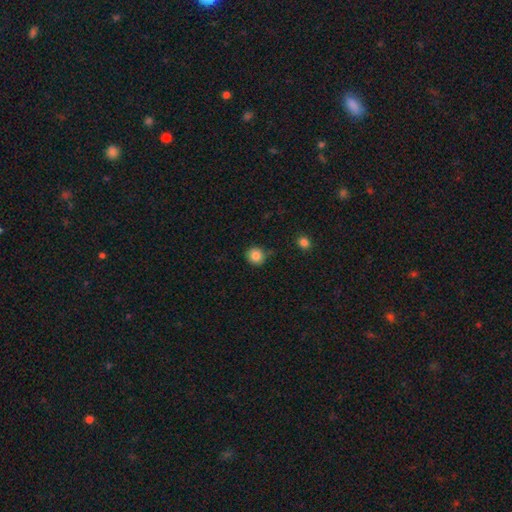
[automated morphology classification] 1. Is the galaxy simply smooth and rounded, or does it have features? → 85% smooth, 11% star or artifact, 5% featured or disk.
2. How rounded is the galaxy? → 91% round, 8% in between, 1% cigar-shaped.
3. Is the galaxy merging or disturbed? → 83% none, 12% minor disturbance, 3% merger, 3% major disturbance.